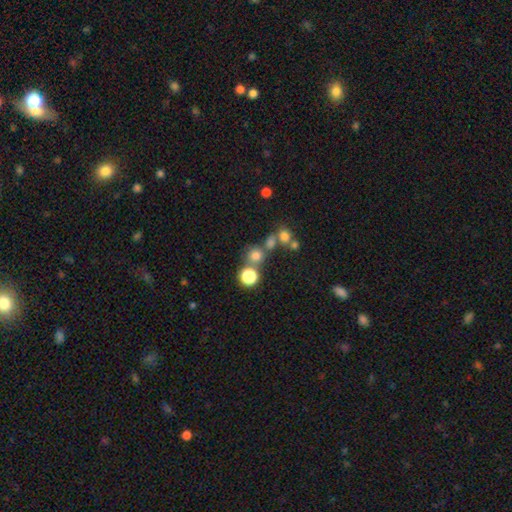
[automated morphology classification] This appears to be a smooth galaxy with no disk features (71%) that is round (88%). Merging: none (59%).